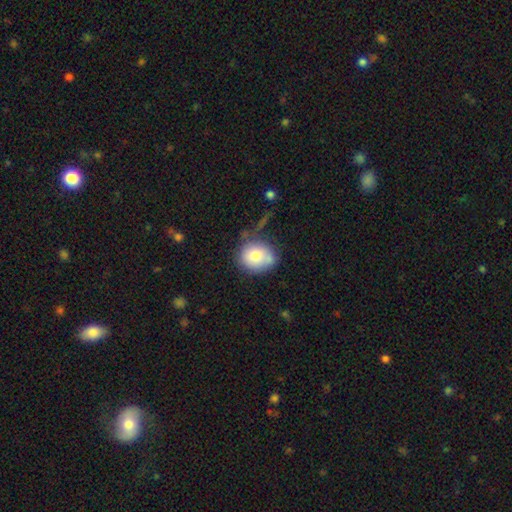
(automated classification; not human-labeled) This is likely a smooth galaxy (78%). How rounded: likely round (66%). Merging: possibly none (56%).